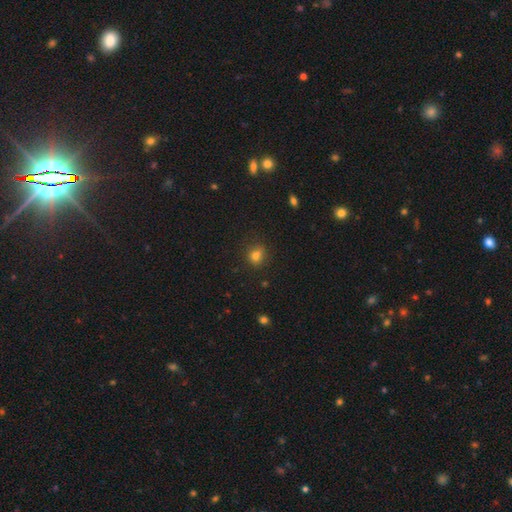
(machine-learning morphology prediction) smooth 77%, star or artifact 15%, featured or disk 8%. Down the decision tree: how rounded — round (69%); merging — none (74%).